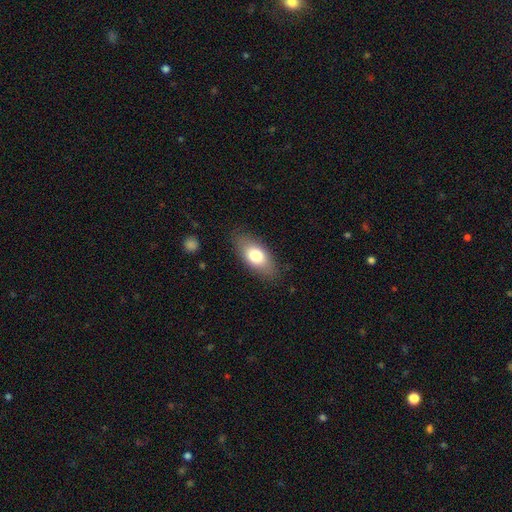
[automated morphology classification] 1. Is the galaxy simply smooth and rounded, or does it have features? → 74% smooth, 19% featured or disk, 7% star or artifact.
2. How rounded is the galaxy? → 88% in between, 8% cigar-shaped, 4% round.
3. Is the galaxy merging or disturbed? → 83% none, 12% minor disturbance, 3% major disturbance, 1% merger.